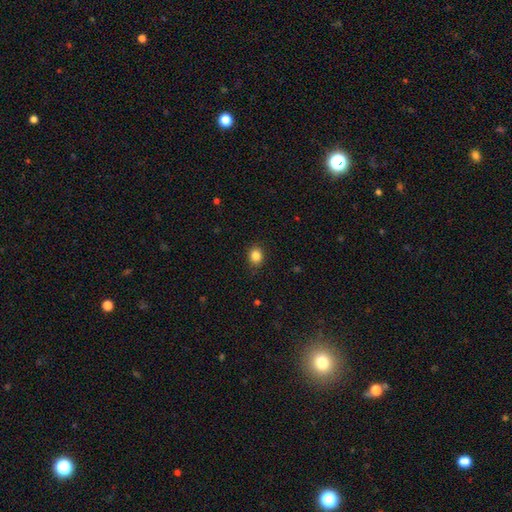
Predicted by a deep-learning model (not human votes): Smooth or featured?
  - smooth: 85% *
  - star or artifact: 10%
  - featured or disk: 5%
How rounded?
  - round: 59% *
  - in between: 40%
  - cigar-shaped: 1%
Merging?
  - none: 87% *
  - minor disturbance: 10%
  - major disturbance: 2%
  - merger: 1%